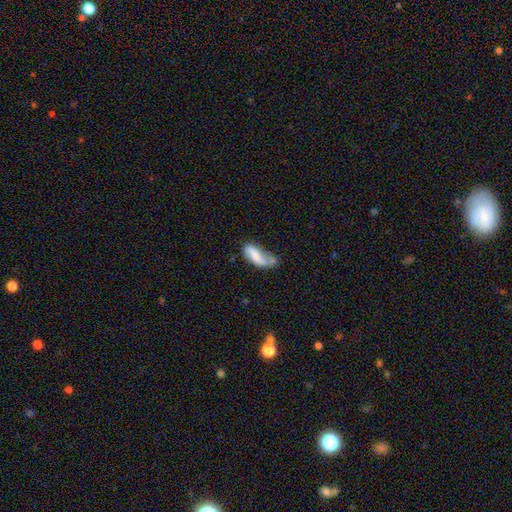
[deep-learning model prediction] smooth-or-featured: smooth: 68% | featured or disk: 26% | star or artifact: 7%
  how-rounded: in between: 80% | cigar-shaped: 17% | round: 2%
  merging: minor disturbance: 30% | none: 28% | major disturbance: 24% | merger: 18%